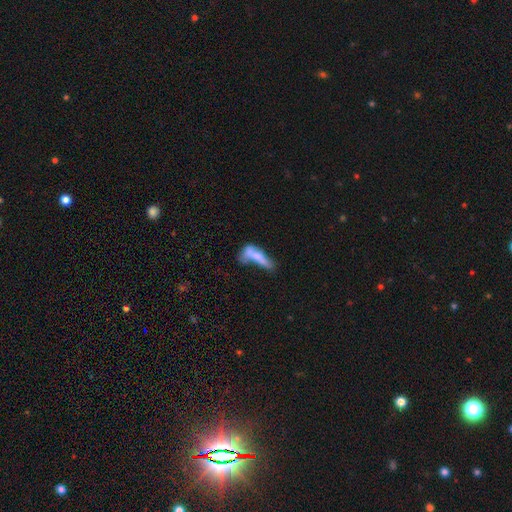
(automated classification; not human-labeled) Smooth or featured? smooth (63%)
How rounded? cigar-shaped (64%)
Merging? merger (29%)